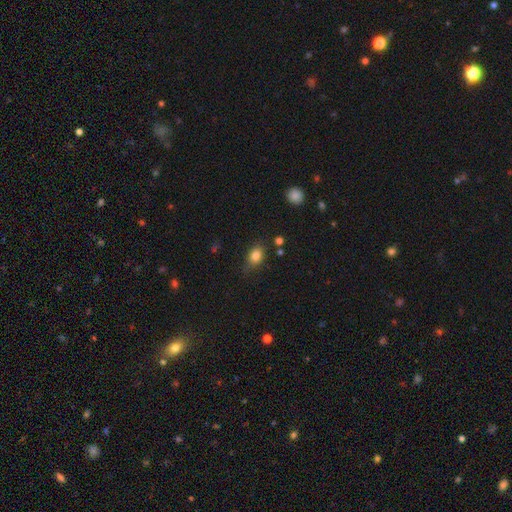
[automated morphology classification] This is clearly a smooth galaxy (82%). How rounded: likely in between (71%). Merging: likely none (71%).